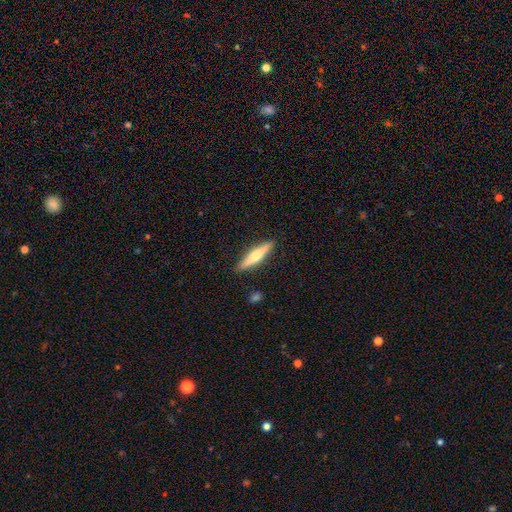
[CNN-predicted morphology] smooth-or-featured: smooth: 49% | featured or disk: 45% | star or artifact: 5%
  merging: none: 90% | minor disturbance: 7% | major disturbance: 2% | merger: 1%